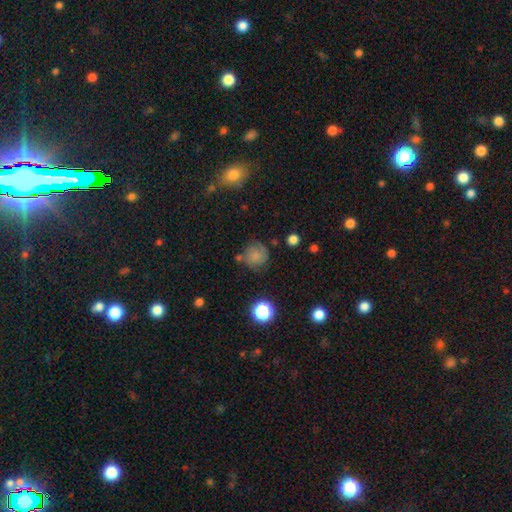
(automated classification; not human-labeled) A smooth galaxy with no disk features (68%) that is round (88%). Merging: none (63%).